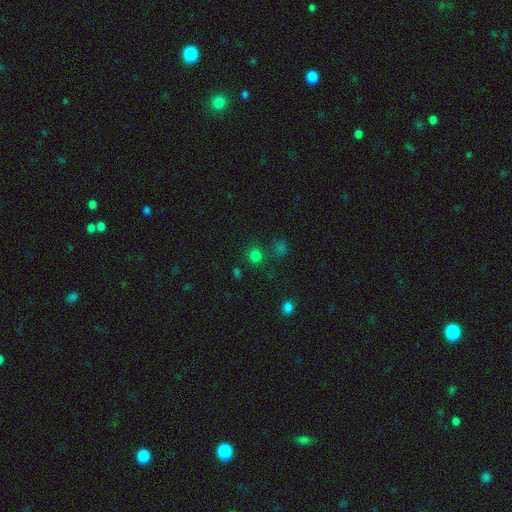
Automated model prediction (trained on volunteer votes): A smooth galaxy with no disk features (75%) that is round (84%). Merging: none (75%).